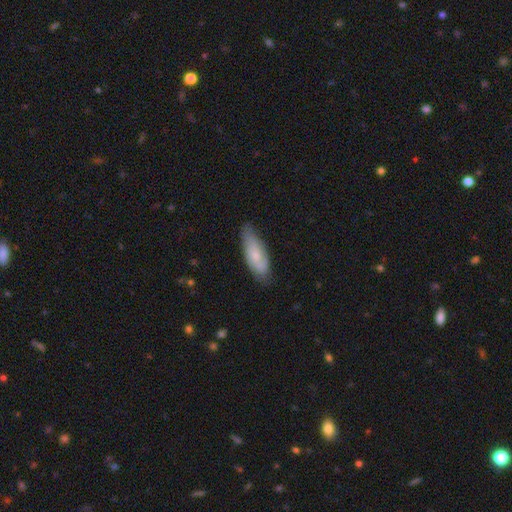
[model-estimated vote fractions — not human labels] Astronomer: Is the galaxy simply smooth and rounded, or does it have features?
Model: smooth — 53% (runner-up: featured or disk, 41%).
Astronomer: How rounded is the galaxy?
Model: in between — 69%.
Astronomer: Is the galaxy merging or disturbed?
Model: none — 69%.